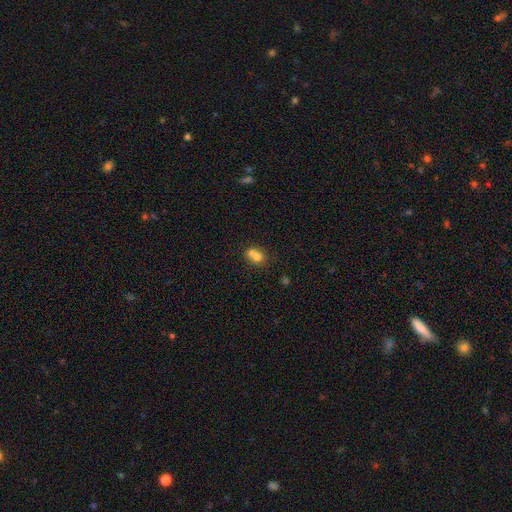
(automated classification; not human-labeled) Overall: smooth (70%). How rounded: round (64%; in between 35%). Merging: merger (61%; none 29%).